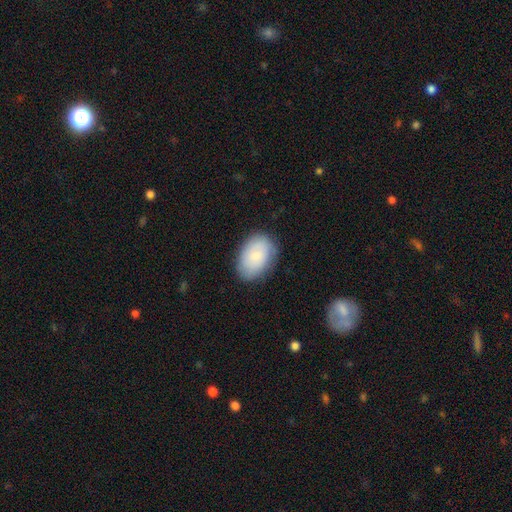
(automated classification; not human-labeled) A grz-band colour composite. It shows a smooth galaxy with no disk features (73%) that is in between round and cigar-shaped (85%). Merging: none (81%).